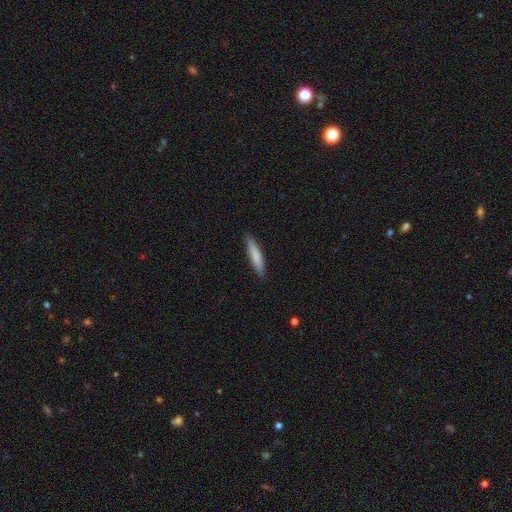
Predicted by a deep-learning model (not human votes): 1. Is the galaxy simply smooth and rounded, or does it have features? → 80% smooth, 15% featured or disk, 5% star or artifact.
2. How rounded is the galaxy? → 85% cigar-shaped, 14% in between, 1% round.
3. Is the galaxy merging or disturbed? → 87% none, 10% minor disturbance, 2% major disturbance, 1% merger.